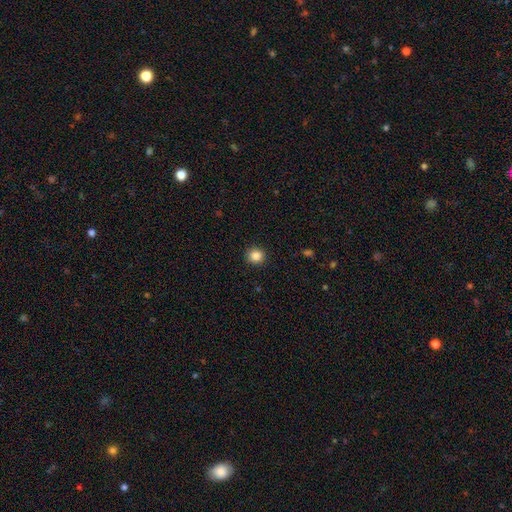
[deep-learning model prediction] smooth-or-featured: smooth: 86% | star or artifact: 10% | featured or disk: 3%
  how-rounded: round: 88% | in between: 11% | cigar-shaped: 1%
  merging: none: 91% | minor disturbance: 6% | major disturbance: 2% | merger: 1%